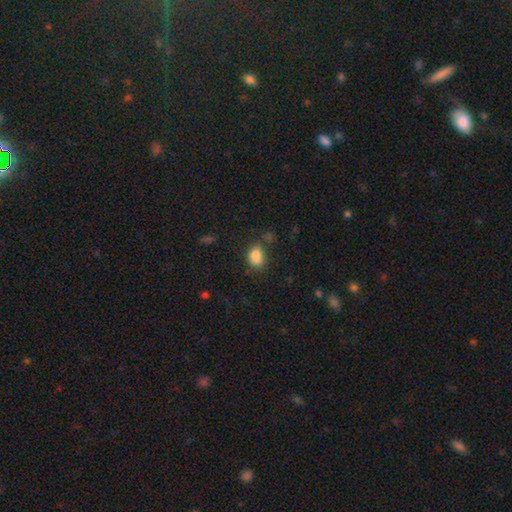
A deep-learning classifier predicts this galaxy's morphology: A smooth galaxy with no disk features (83%) that is in between round and cigar-shaped (71%).

Vote fractions:
- Smooth or featured? smooth: 83% / star or artifact: 10% / featured or disk: 7%
- How rounded? in between: 71% / round: 28% / cigar-shaped: 1%
- Merging? none: 61% / minor disturbance: 23% / merger: 9% / major disturbance: 7%